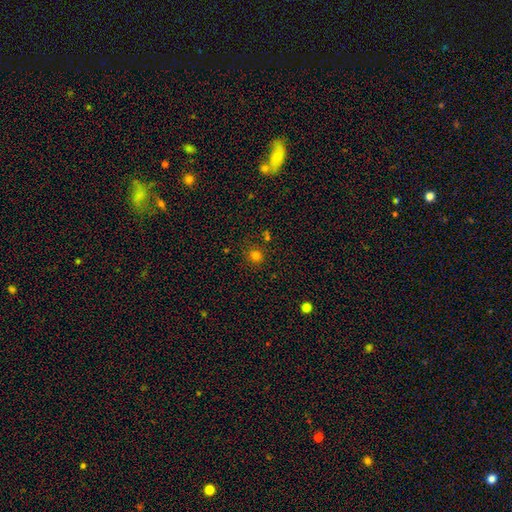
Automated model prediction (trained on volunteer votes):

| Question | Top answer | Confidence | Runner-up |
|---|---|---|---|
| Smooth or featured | smooth | 77% | star or artifact (18%) |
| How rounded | round | 88% | in between (11%) |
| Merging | none | 82% | minor disturbance (10%) |